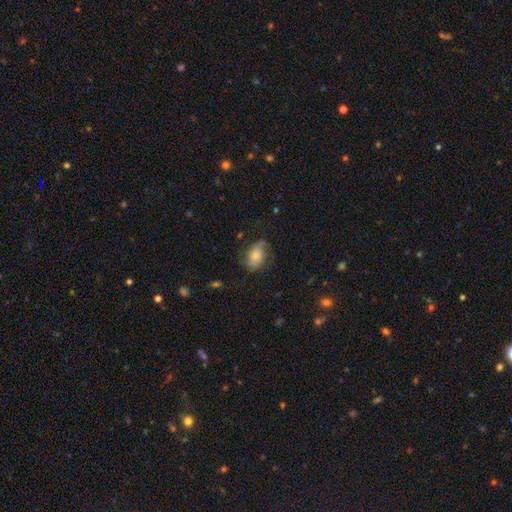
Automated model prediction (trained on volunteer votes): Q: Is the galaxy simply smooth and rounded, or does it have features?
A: featured or disk — 46%.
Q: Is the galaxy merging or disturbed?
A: none — 59%.